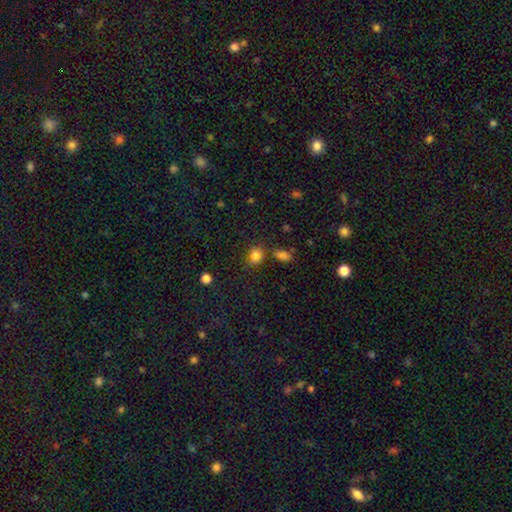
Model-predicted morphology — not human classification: Q: Smooth or featured?
A: smooth (80%); runner-up: star or artifact (14%)
Q: How rounded?
A: round (55%); runner-up: in between (44%)
Q: Merging?
A: none (66%); runner-up: minor disturbance (17%)